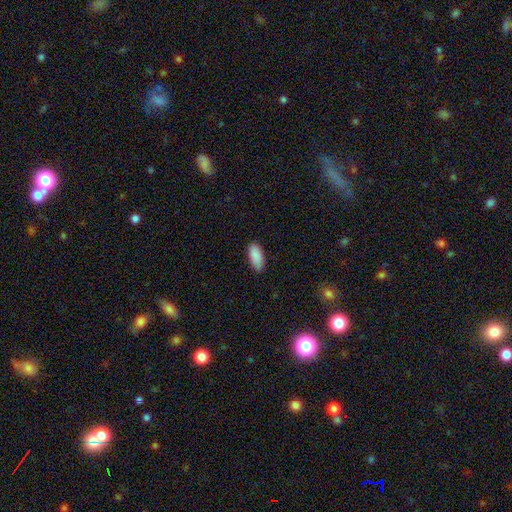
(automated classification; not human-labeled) This appears to be a smooth galaxy with no disk features (90%) that is in between round and cigar-shaped (90%). Merging: none (85%).